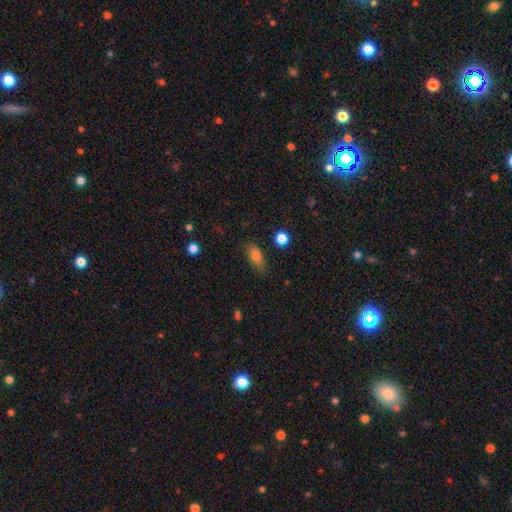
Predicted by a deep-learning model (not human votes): Smooth or featured?
  - smooth: 79% *
  - featured or disk: 11%
  - star or artifact: 10%
How rounded?
  - in between: 79% *
  - cigar-shaped: 13%
  - round: 8%
Merging?
  - none: 76% *
  - minor disturbance: 18%
  - major disturbance: 4%
  - merger: 2%